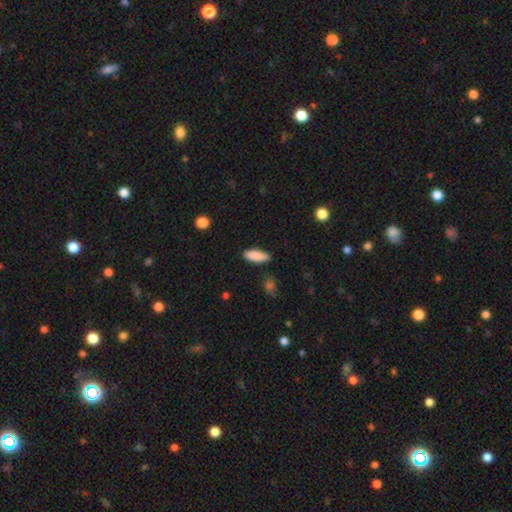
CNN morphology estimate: A smooth galaxy with no disk features (88%) that is in between round and cigar-shaped (63%). Merging: none (84%).